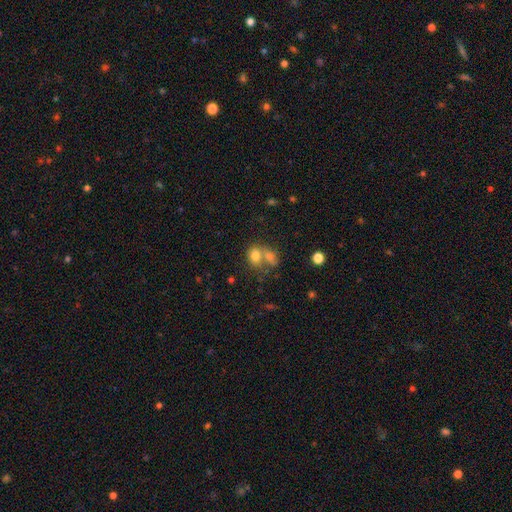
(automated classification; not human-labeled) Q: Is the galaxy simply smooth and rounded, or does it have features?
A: smooth — 76%.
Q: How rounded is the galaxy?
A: in between — 62%.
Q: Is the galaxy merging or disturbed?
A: merger — 62%.